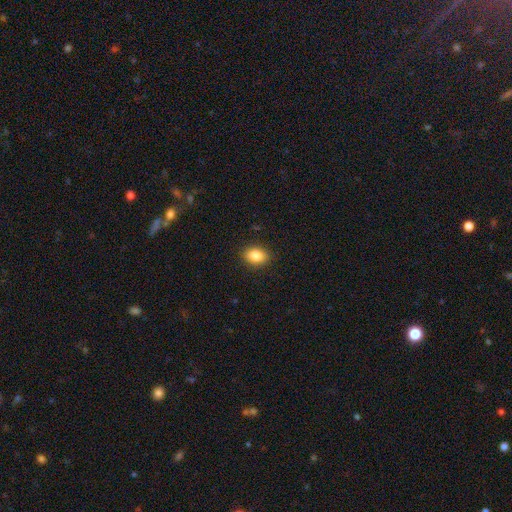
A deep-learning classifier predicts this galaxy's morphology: Smooth or featured? Predicted: smooth (p=0.86). How rounded? Predicted: in between (p=0.73). Merging? Predicted: none (p=0.89).